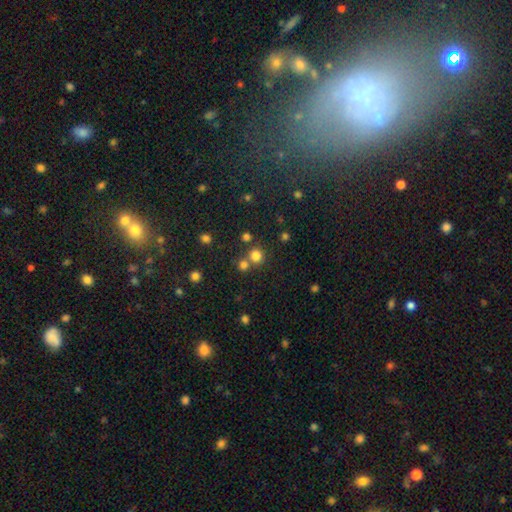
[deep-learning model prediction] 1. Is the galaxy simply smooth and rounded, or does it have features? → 77% smooth, 17% star or artifact, 6% featured or disk.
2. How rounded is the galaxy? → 92% round, 7% in between, 1% cigar-shaped.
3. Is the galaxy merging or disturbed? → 68% none, 23% merger, 6% minor disturbance, 3% major disturbance.